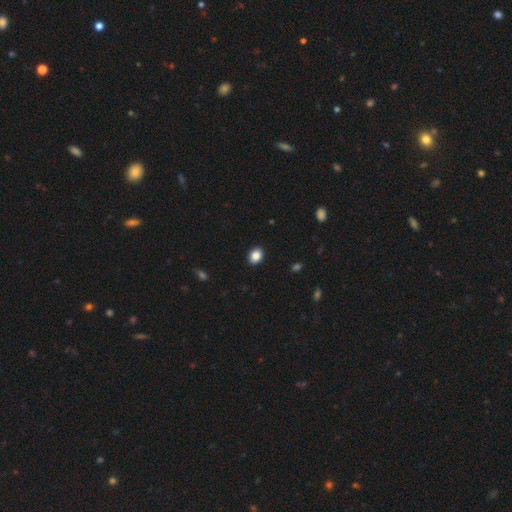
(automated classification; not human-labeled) Overall: smooth (87%). How rounded: in between (60%; round 39%). Merging: none (91%).